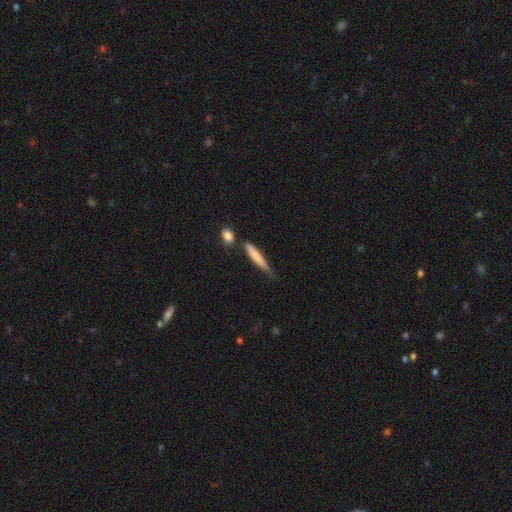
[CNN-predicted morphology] The model was most divided on "merging": none: 59%, minor disturbance: 26%, merger: 9%, major disturbance: 6%. More confident: how rounded — cigar-shaped (91%); smooth or featured — smooth (73%).